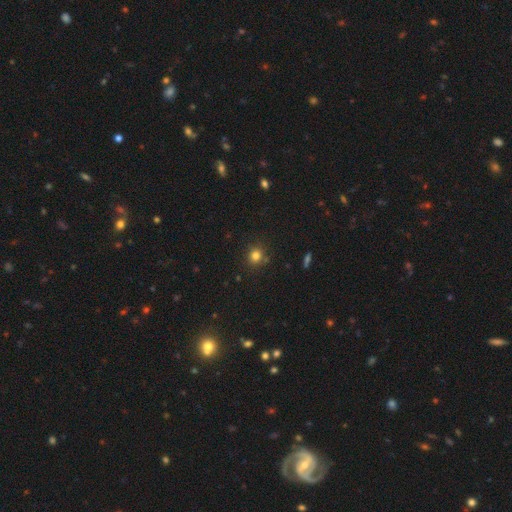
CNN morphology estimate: Smooth or featured: smooth — 80% (star or artifact — 14%)
How rounded: round — 87% (in between — 12%)
Merging: none — 84% (minor disturbance — 9%)